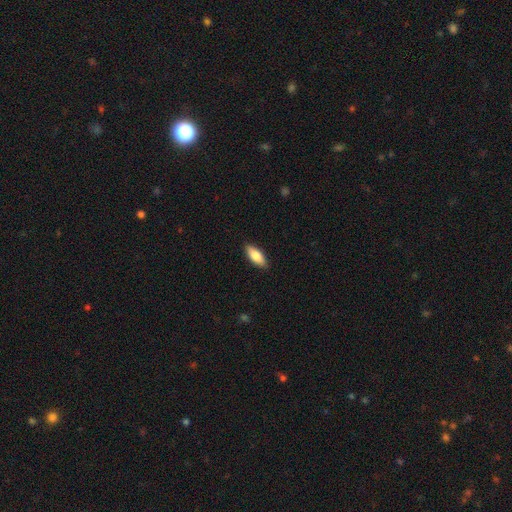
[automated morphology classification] A smooth galaxy with no disk features (82%) that is in between round and cigar-shaped (78%).

Vote fractions:
- Smooth or featured? smooth: 82% / featured or disk: 13% / star or artifact: 6%
- How rounded? in between: 78% / cigar-shaped: 20% / round: 2%
- Merging? none: 89% / minor disturbance: 9% / major disturbance: 2% / merger: 1%